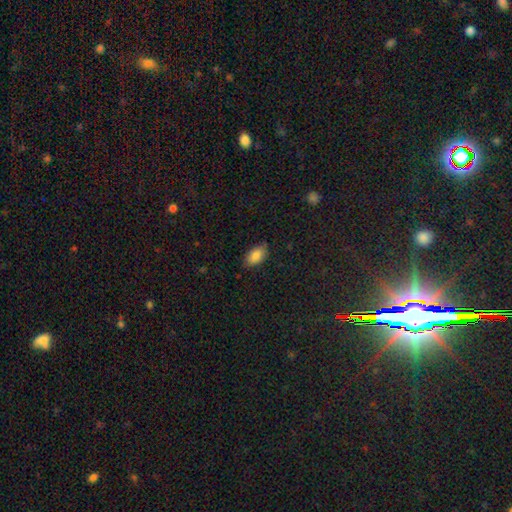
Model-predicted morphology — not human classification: Smooth or featured? smooth (84%)
How rounded? in between (92%)
Merging? none (80%)